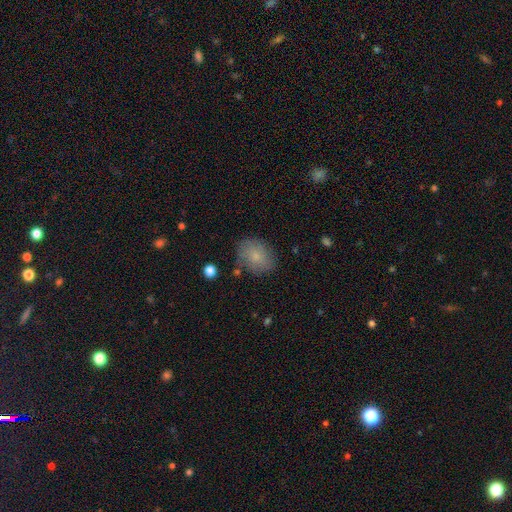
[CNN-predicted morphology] The model was most divided on "how rounded": in between: 58%, round: 40%, cigar-shaped: 1%. More confident: merging — none (77%); smooth or featured — smooth (74%).